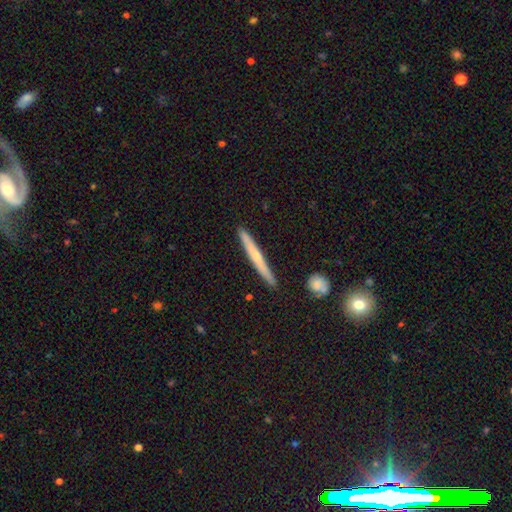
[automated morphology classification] Q: Smooth or featured?
A: featured or disk (50%); runner-up: smooth (44%)
Q: Edge-on disk?
A: yes (97%); runner-up: no (3%)
Q: Merging?
A: none (91%); runner-up: minor disturbance (6%)